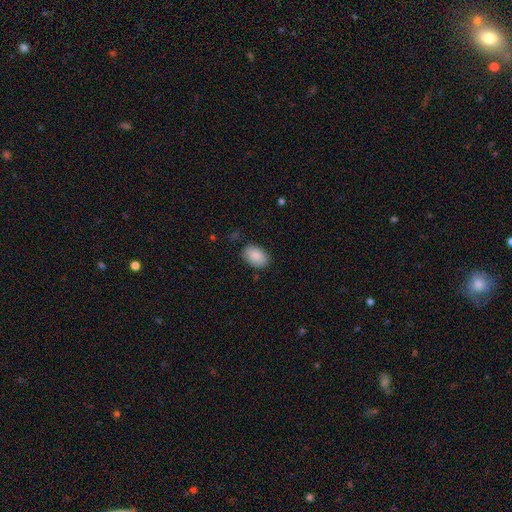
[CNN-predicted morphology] Smooth or featured? smooth (89%)
How rounded? in between (87%)
Merging? none (84%)